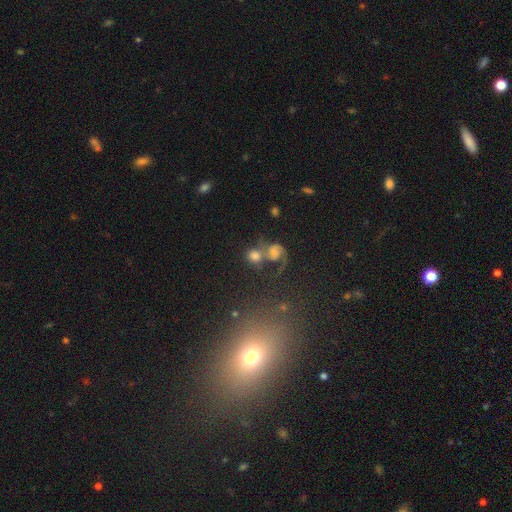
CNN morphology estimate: Q: Smooth or featured?
A: smooth (48%); runner-up: featured or disk (34%)
Q: Merging?
A: merger (48%); runner-up: none (32%)